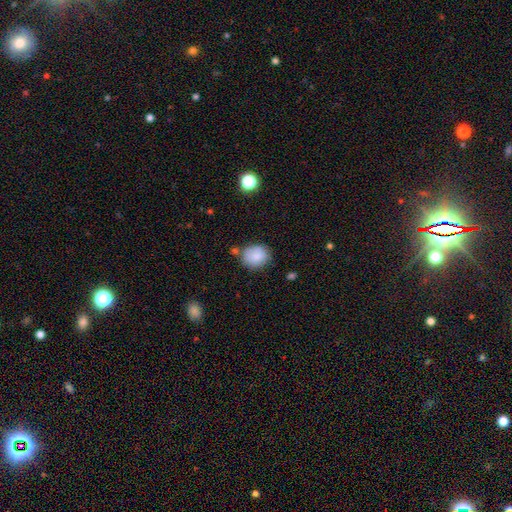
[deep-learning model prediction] smooth-or-featured: smooth: 83% | featured or disk: 9% | star or artifact: 8%
  how-rounded: round: 70% | in between: 29% | cigar-shaped: 1%
  merging: none: 70% | minor disturbance: 18% | merger: 8% | major disturbance: 4%